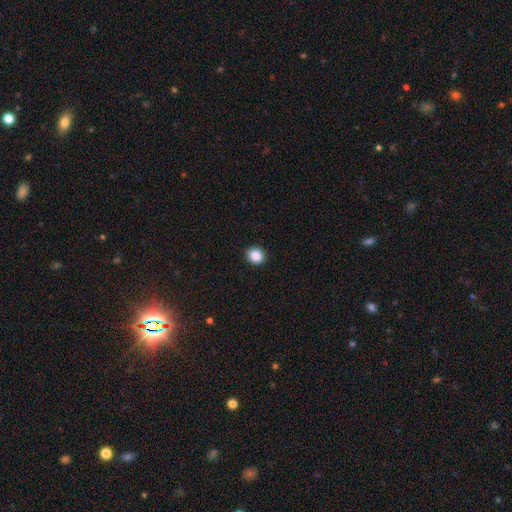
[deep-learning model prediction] Overall: smooth (88%). How rounded: round (76%). Merging: none (91%).